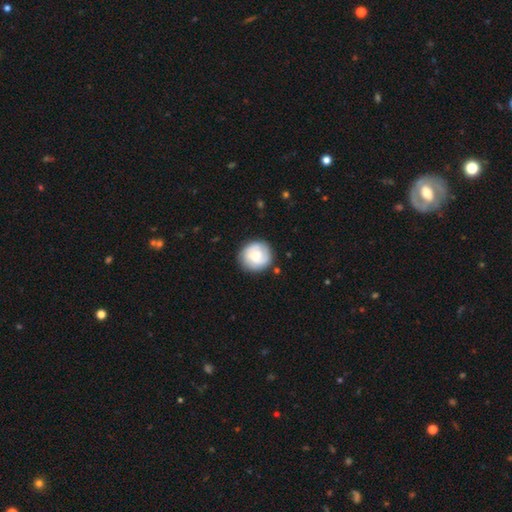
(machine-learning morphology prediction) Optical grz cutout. It shows a smooth galaxy with no disk features (48%). Merging: none (83%).